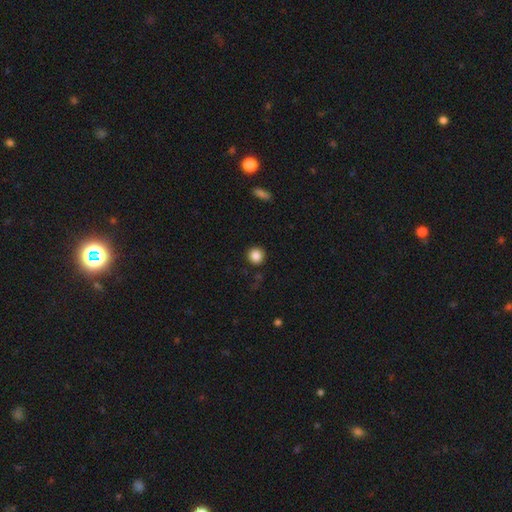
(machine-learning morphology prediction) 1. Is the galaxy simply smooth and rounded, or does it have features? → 86% smooth, 10% star or artifact, 4% featured or disk.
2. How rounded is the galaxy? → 93% round, 6% in between, 1% cigar-shaped.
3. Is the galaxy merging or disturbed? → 90% none, 6% minor disturbance, 2% major disturbance, 1% merger.